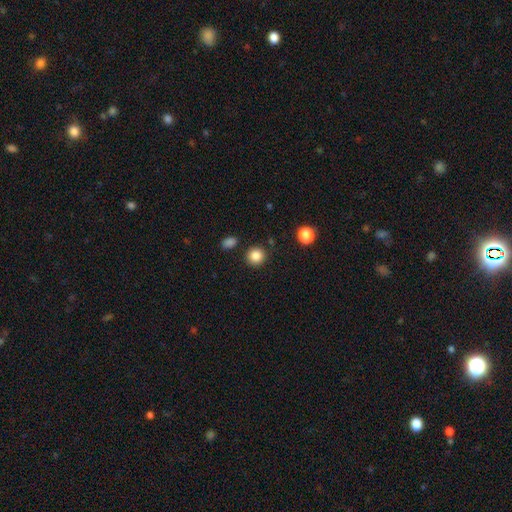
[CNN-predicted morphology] type=smooth (86%); roundness=round (92%); merging=none (88%).